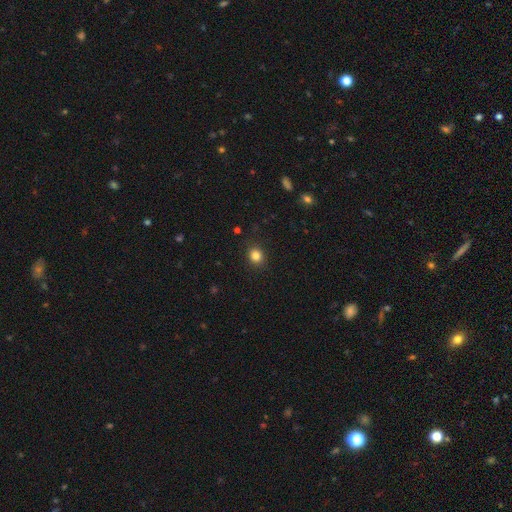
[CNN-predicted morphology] Smooth or featured? smooth (83%)
How rounded? round (78%)
Merging? none (89%)